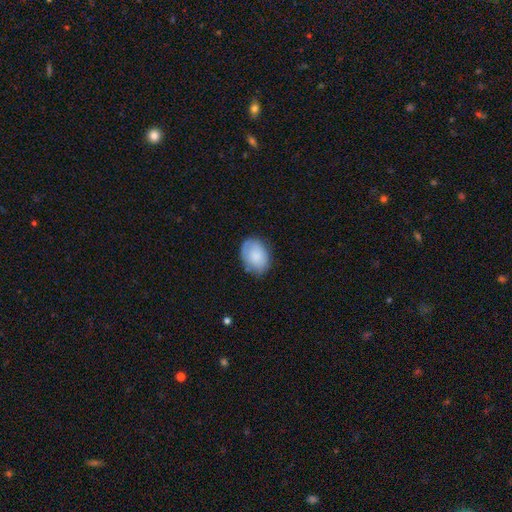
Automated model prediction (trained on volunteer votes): The model was most divided on "merging": none: 70%, minor disturbance: 23%, major disturbance: 6%, merger: 2%. More confident: smooth or featured — smooth (77%); how rounded — in between (74%).